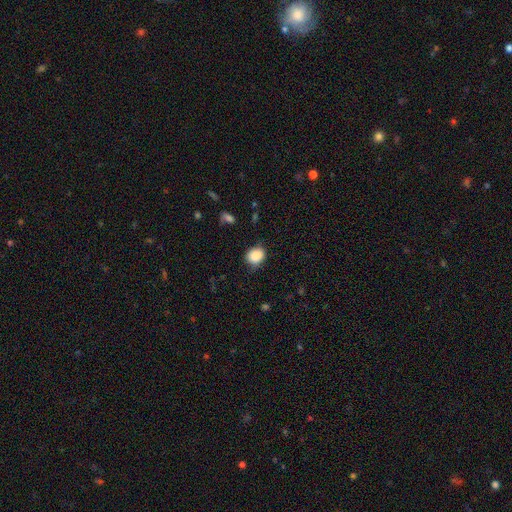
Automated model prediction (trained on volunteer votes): A smooth galaxy with no disk features (85%) that is round (60%). Merging: none (71%).